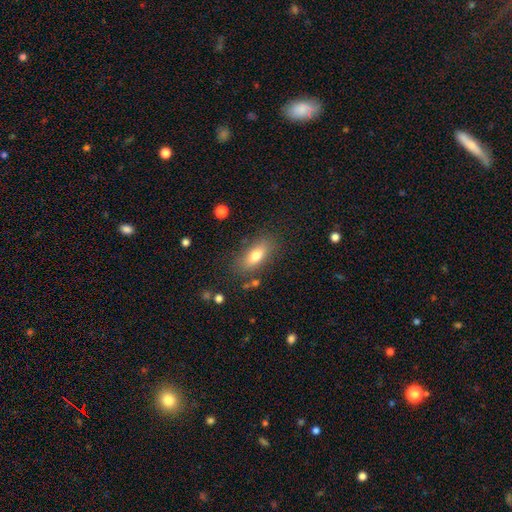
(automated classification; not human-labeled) Overall: smooth (75%). How rounded: in between (82%). Merging: none (79%).